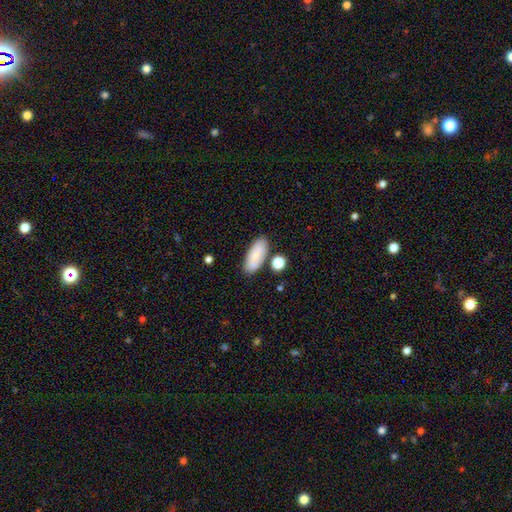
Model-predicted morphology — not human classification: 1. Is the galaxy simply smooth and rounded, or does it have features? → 80% smooth, 13% featured or disk, 7% star or artifact.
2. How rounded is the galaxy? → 84% in between, 14% cigar-shaped, 3% round.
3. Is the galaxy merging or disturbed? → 78% none, 12% minor disturbance, 7% merger, 3% major disturbance.